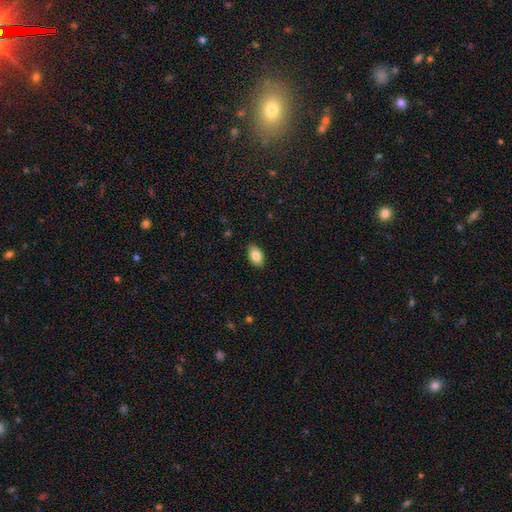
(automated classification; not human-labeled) The model was most divided on "smooth or featured": smooth: 83%, featured or disk: 10%, star or artifact: 7%. More confident: how rounded — in between (92%); merging — none (88%).